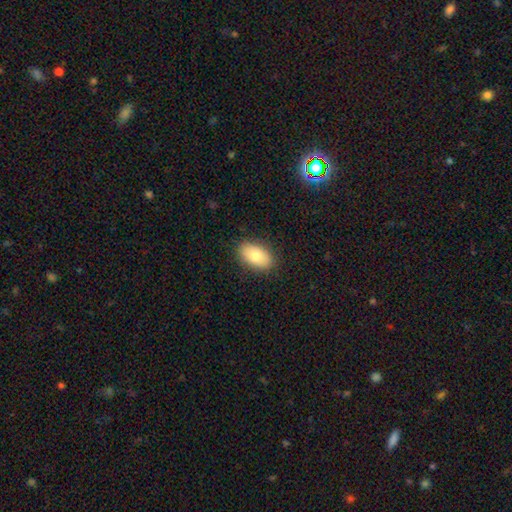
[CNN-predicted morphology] smooth 80%, featured or disk 14%, star or artifact 7%. Down the decision tree: how rounded — in between (93%); merging — none (87%).